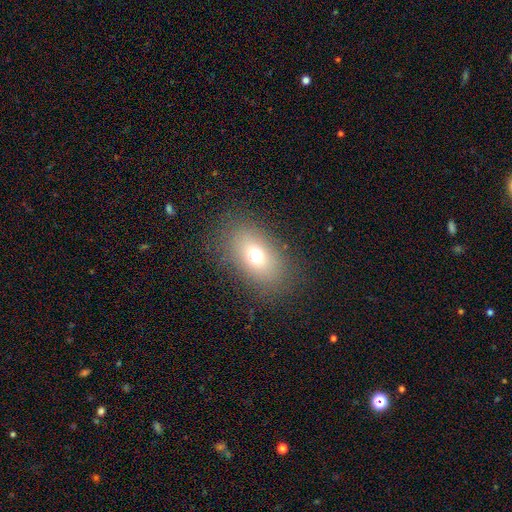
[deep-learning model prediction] Smooth or featured: smooth — 69% (featured or disk — 16%)
How rounded: in between — 82% (round — 15%)
Merging: none — 86% (minor disturbance — 9%)